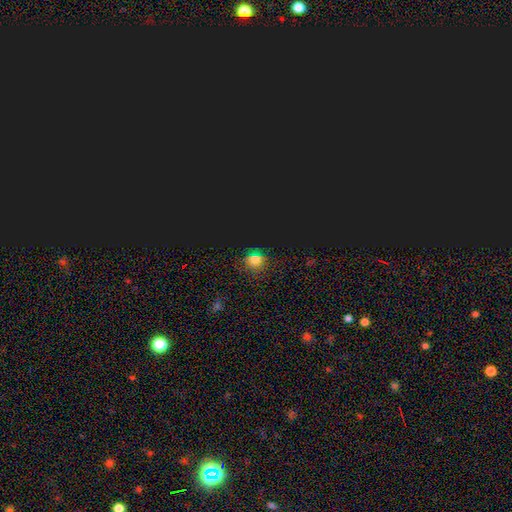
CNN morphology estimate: smooth-or-featured: star or artifact: 49% | smooth: 44% | featured or disk: 7%